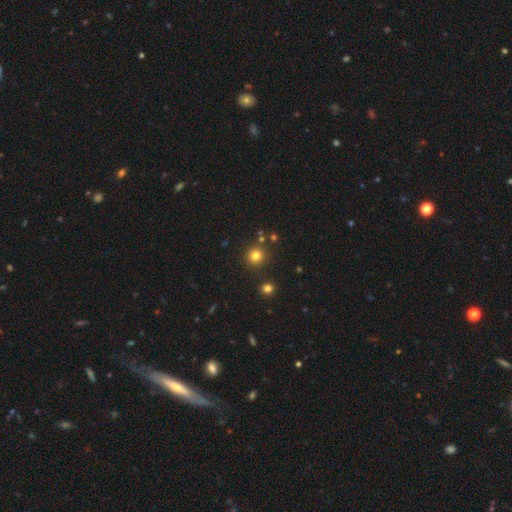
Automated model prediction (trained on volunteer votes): Smooth or featured: smooth — 80% (star or artifact — 14%)
How rounded: round — 94% (in between — 5%)
Merging: none — 86% (minor disturbance — 6%)